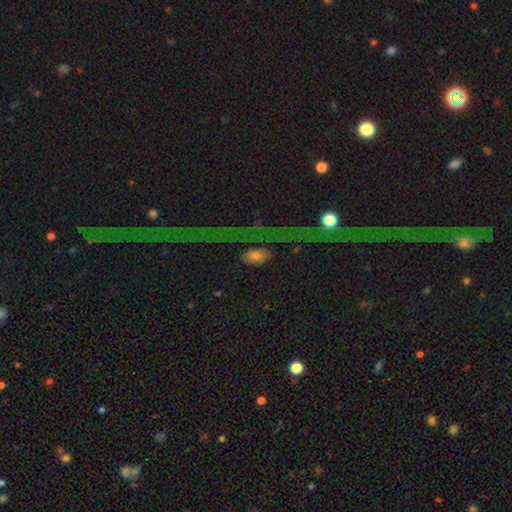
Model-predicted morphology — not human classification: Smooth or featured? Predicted: smooth (p=0.56). How rounded? Predicted: in between (p=0.76). Merging? Predicted: none (p=0.68).